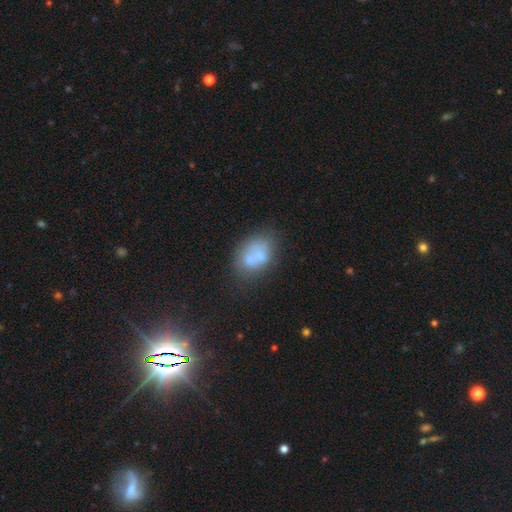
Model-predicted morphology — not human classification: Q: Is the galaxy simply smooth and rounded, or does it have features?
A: smooth — 61%.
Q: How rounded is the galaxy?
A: in between — 72%.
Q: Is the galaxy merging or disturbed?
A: merger — 38%.